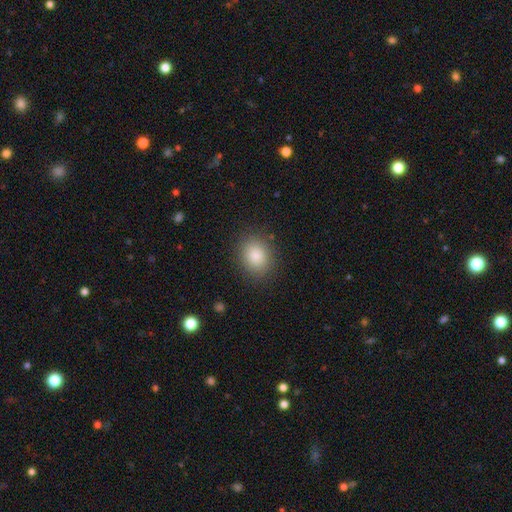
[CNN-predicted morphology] A smooth galaxy with no disk features (86%) that is round (63%). Merging: none (86%).